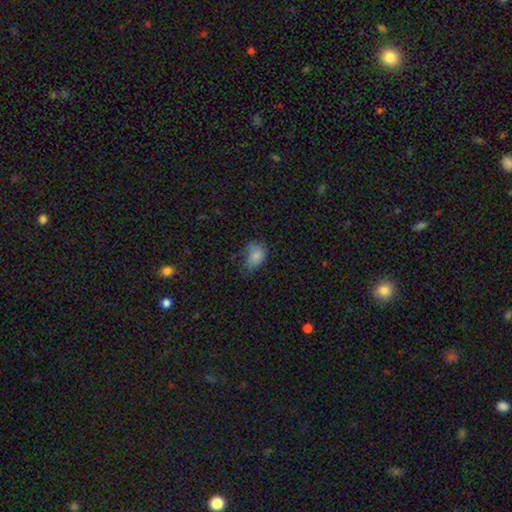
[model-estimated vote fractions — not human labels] smooth 80%, featured or disk 11%, star or artifact 9%. Down the decision tree: how rounded — in between (77%); merging — none (43%).